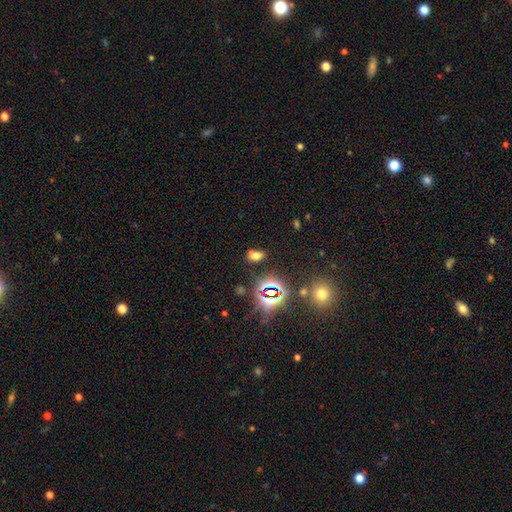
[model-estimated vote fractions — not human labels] A smooth galaxy with no disk features (56%) that is in between round and cigar-shaped (84%). Merging: none (67%).